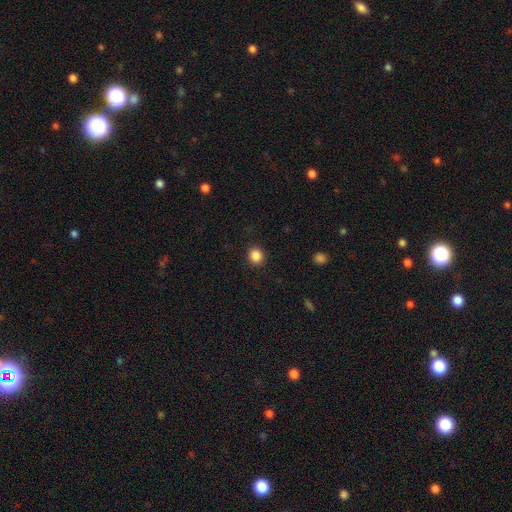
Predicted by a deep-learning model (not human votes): Smooth or featured? Predicted: smooth (p=0.86). How rounded? Predicted: round (p=0.87). Merging? Predicted: none (p=0.91).